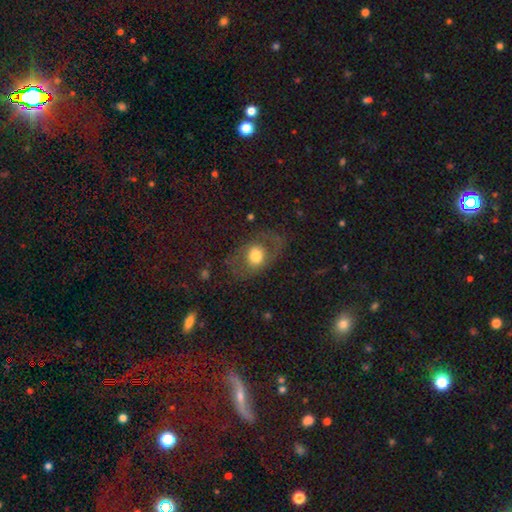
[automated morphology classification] The model was most divided on "how rounded": in between: 56%, round: 42%, cigar-shaped: 2%. More confident: merging — none (66%); smooth or featured — smooth (57%).